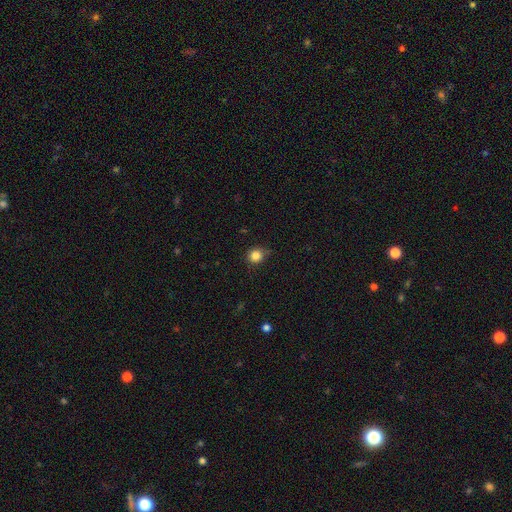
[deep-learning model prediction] Overall: smooth (83%). How rounded: round (88%). Merging: none (79%).